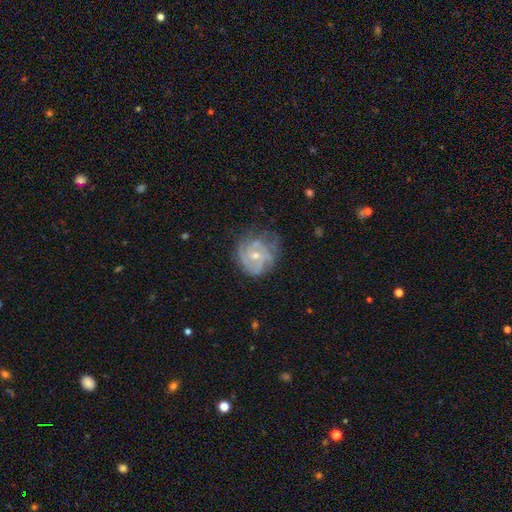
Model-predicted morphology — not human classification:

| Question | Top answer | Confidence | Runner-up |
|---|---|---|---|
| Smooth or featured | featured or disk | 77% | smooth (16%) |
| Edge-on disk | no | 98% | yes (2%) |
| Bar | no | 66% | weak (29%) |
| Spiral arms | yes | 87% | no (13%) |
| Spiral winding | tight | 56% | medium (34%) |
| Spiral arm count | can't tell | 36% | 2 (25%) |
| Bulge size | small | 55% | moderate (41%) |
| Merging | none | 63% | minor disturbance (23%) |